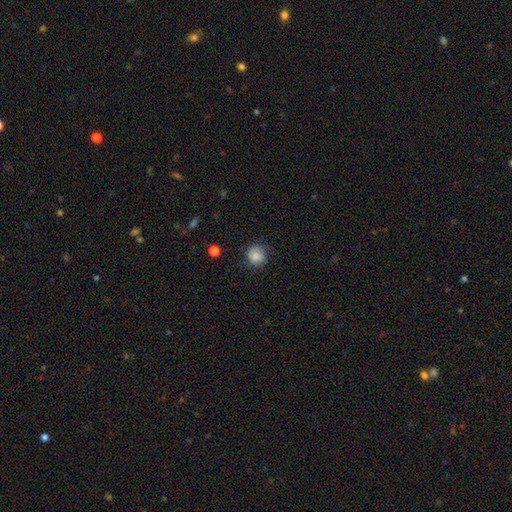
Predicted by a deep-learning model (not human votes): Morphology: type=smooth (84%); roundness=round (87%); merging=none (76%).